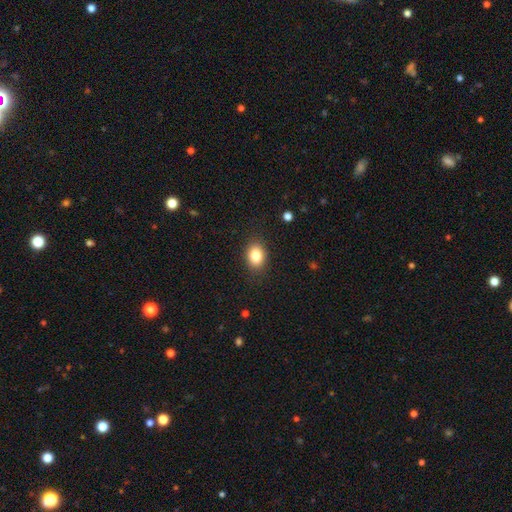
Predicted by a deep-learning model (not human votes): Morphology: type=smooth (84%); roundness=in between (66%); merging=none (87%).